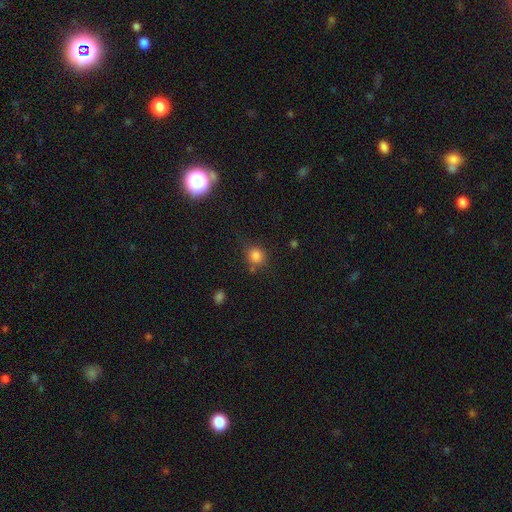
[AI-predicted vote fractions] Q: Smooth or featured?
A: smooth (81%); runner-up: star or artifact (13%)
Q: How rounded?
A: round (80%); runner-up: in between (19%)
Q: Merging?
A: none (71%); runner-up: minor disturbance (17%)